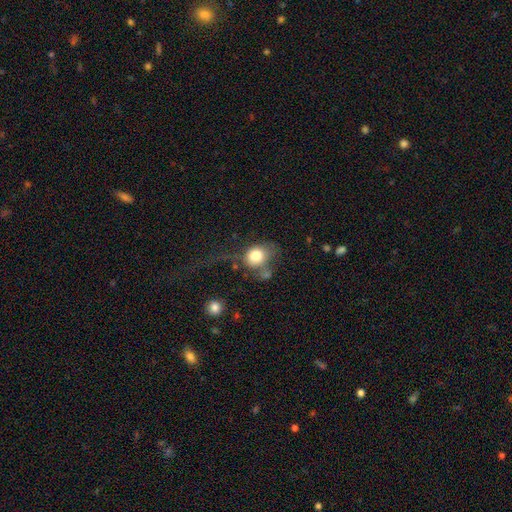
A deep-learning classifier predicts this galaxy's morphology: Smooth or featured: smooth — 77% (featured or disk — 14%)
How rounded: round — 60% (in between — 39%)
Merging: none — 37% (major disturbance — 28%)